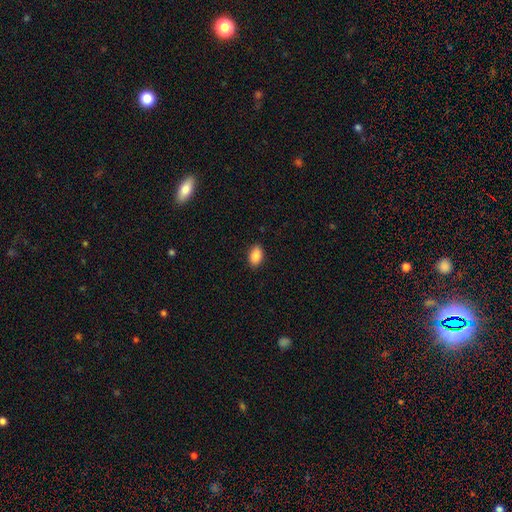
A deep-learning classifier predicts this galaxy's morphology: A smooth galaxy with no disk features (89%) that is in between round and cigar-shaped (92%).

Vote fractions:
- Smooth or featured? smooth: 89% / star or artifact: 7% / featured or disk: 4%
- How rounded? in between: 92% / round: 6% / cigar-shaped: 2%
- Merging? none: 89% / minor disturbance: 8% / major disturbance: 2% / merger: 1%